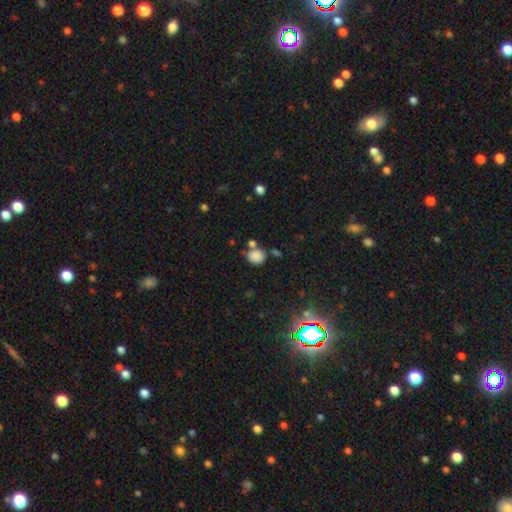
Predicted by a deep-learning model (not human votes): Smooth or featured? smooth (82%)
How rounded? round (74%)
Merging? none (61%)